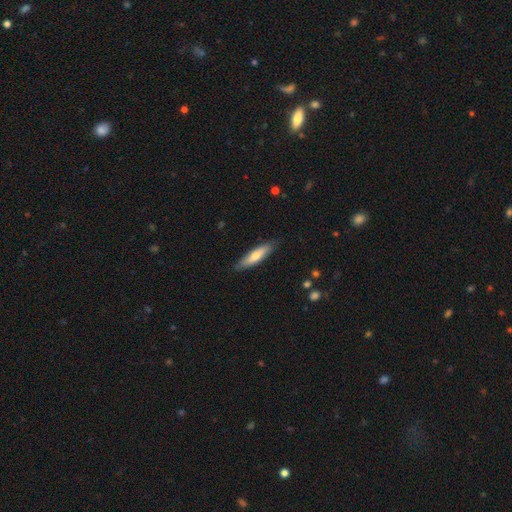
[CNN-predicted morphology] Smooth or featured? smooth (62%)
How rounded? cigar-shaped (73%)
Merging? none (84%)